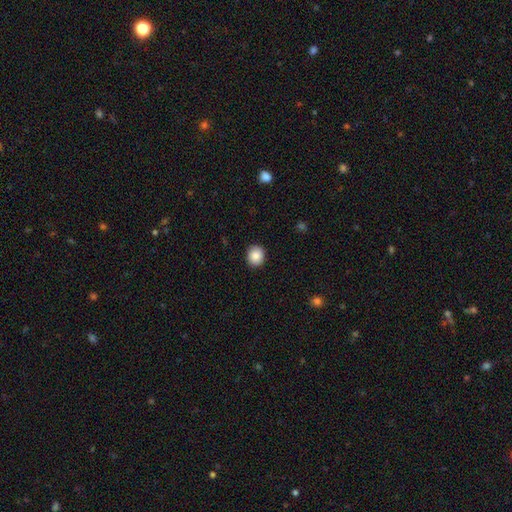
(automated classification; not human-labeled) Smooth or featured? Predicted: smooth (p=0.87). How rounded? Predicted: round (p=0.74). Merging? Predicted: none (p=0.91).